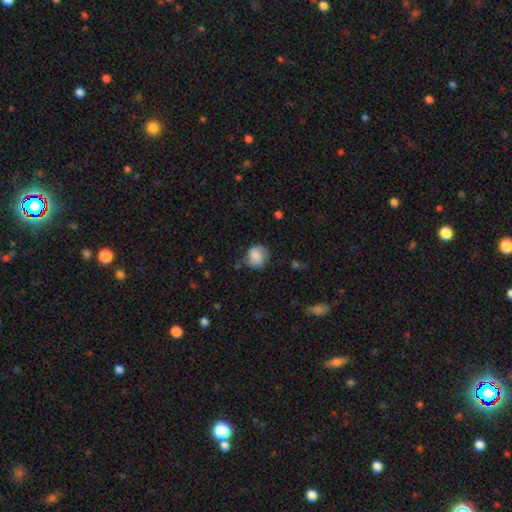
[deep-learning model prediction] Smooth or featured: smooth — 79% (featured or disk — 13%)
How rounded: round — 72% (in between — 27%)
Merging: none — 66% (minor disturbance — 25%)